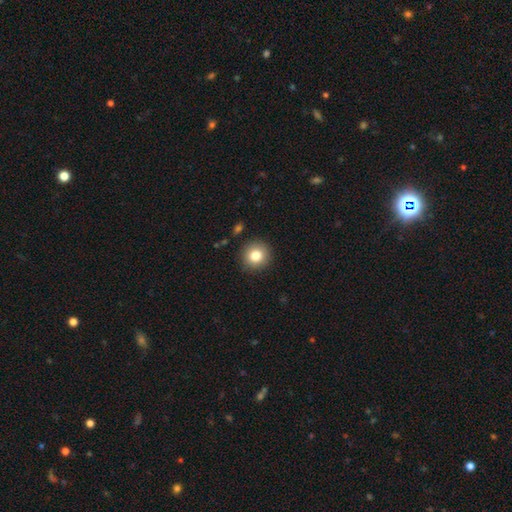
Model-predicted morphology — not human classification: type=smooth (82%); roundness=round (92%); merging=none (89%).